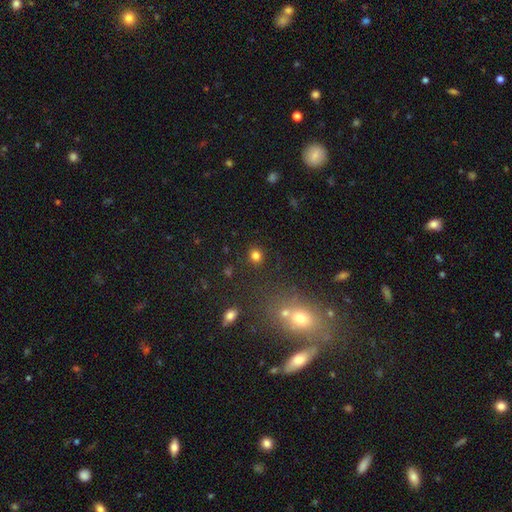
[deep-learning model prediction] Smooth or featured: smooth — 80% (star or artifact — 15%)
How rounded: round — 84% (in between — 15%)
Merging: none — 87% (minor disturbance — 7%)